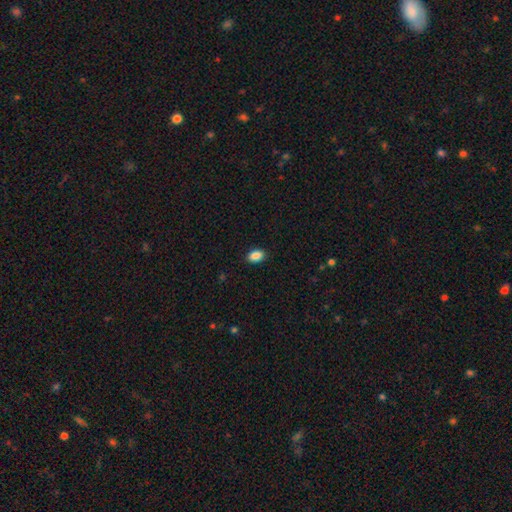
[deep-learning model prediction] Morphology: type=smooth (88%); roundness=in between (82%); merging=none (90%).